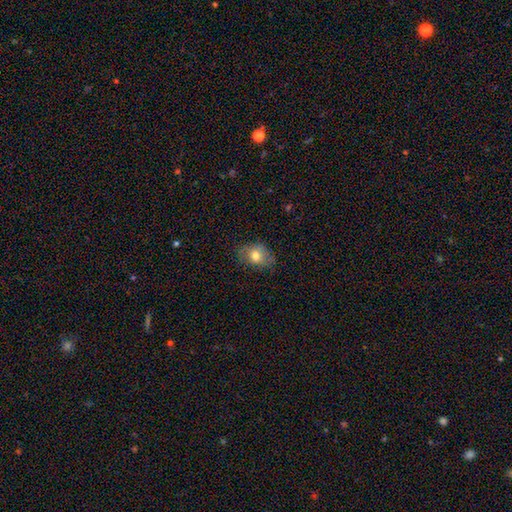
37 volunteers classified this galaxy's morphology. A smooth galaxy with no disk features (68%) that is in between round and cigar-shaped (92%).

Vote fractions:
- Smooth or featured? smooth: 68% / featured or disk: 27% / star or artifact: 5%
- How rounded? in between: 92% / round: 8% / cigar-shaped: 0%
- Merging? none: 66% / minor disturbance: 29% / major disturbance: 6% / merger: 0%